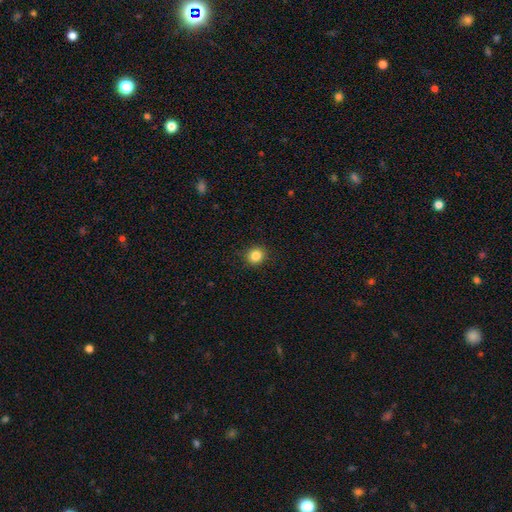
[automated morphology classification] Smooth or featured?
  - smooth: 85% *
  - star or artifact: 11%
  - featured or disk: 4%
How rounded?
  - round: 87% *
  - in between: 12%
  - cigar-shaped: 1%
Merging?
  - none: 91% *
  - minor disturbance: 6%
  - major disturbance: 2%
  - merger: 1%